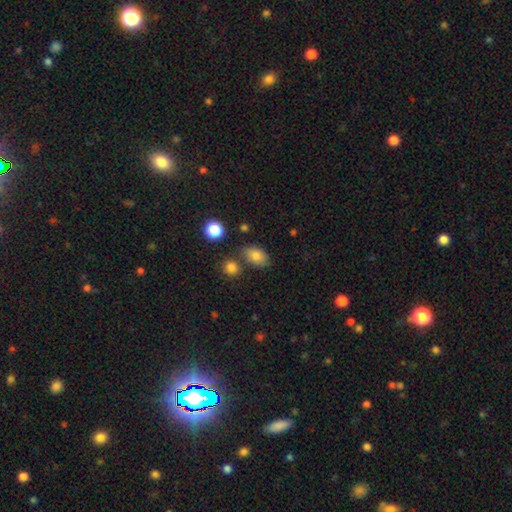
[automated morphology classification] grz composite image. It shows a smooth galaxy with no disk features (81%) that is in between round and cigar-shaped (80%). Merging: none (71%).